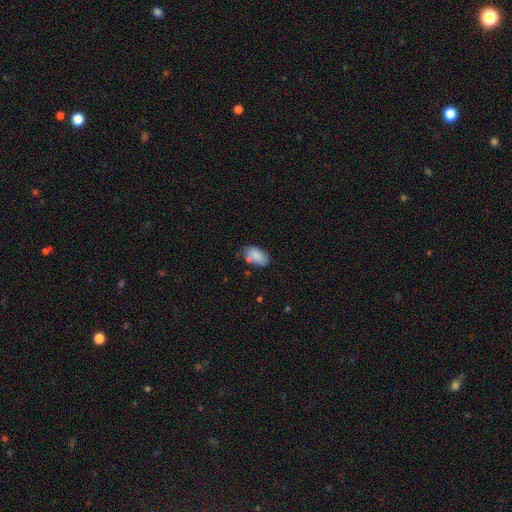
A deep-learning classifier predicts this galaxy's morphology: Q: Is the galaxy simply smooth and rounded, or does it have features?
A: smooth — 83%.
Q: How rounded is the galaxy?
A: in between — 93%.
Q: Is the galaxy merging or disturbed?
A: none — 61%.